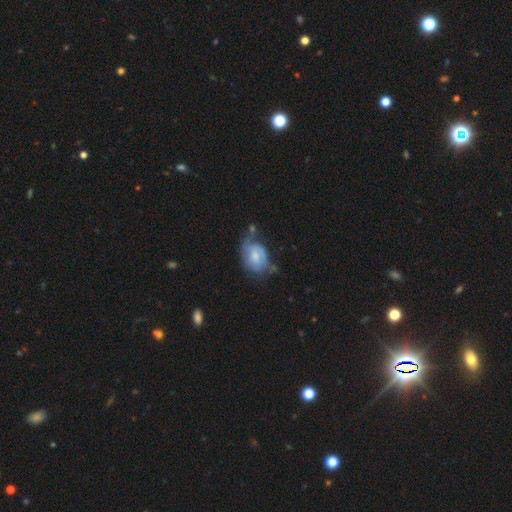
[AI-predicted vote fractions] Smooth or featured? featured or disk (55%)
Edge-on disk? no (96%)
Bar? no (49%)
Spiral arms? yes (80%)
Bulge size? moderate (44%)
Merging? none (36%)